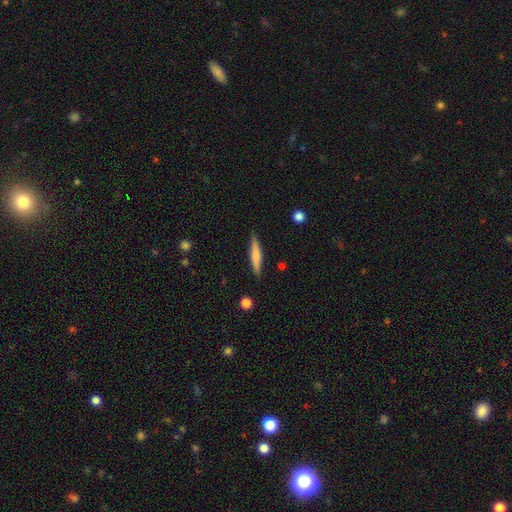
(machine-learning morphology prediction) Smooth or featured?
  - smooth: 58% *
  - featured or disk: 36%
  - star or artifact: 6%
How rounded?
  - cigar-shaped: 91% *
  - in between: 8%
  - round: 2%
Merging?
  - none: 88% *
  - minor disturbance: 9%
  - major disturbance: 2%
  - merger: 2%